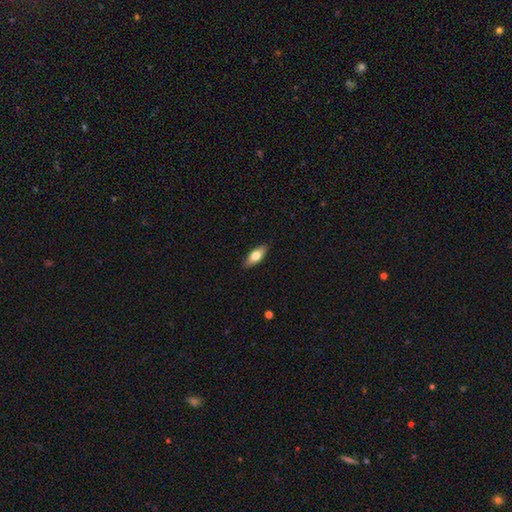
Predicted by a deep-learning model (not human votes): A smooth galaxy with no disk features (65%) that is in between round and cigar-shaped (73%).

Vote fractions:
- Smooth or featured? smooth: 65% / featured or disk: 29% / star or artifact: 6%
- How rounded? in between: 73% / cigar-shaped: 24% / round: 3%
- Merging? none: 89% / minor disturbance: 8% / major disturbance: 2% / merger: 1%